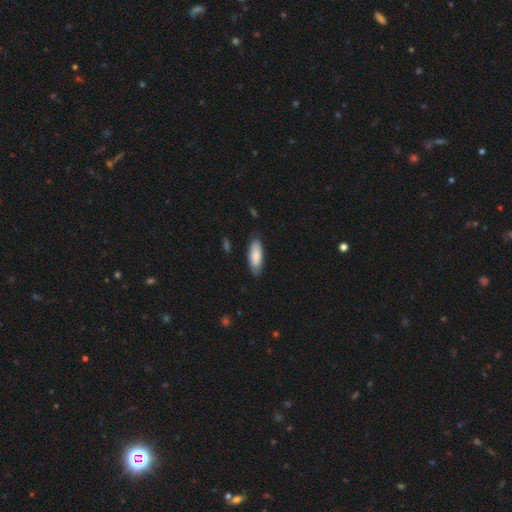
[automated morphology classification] Overall: smooth (82%). How rounded: in between (72%). Merging: none (81%).